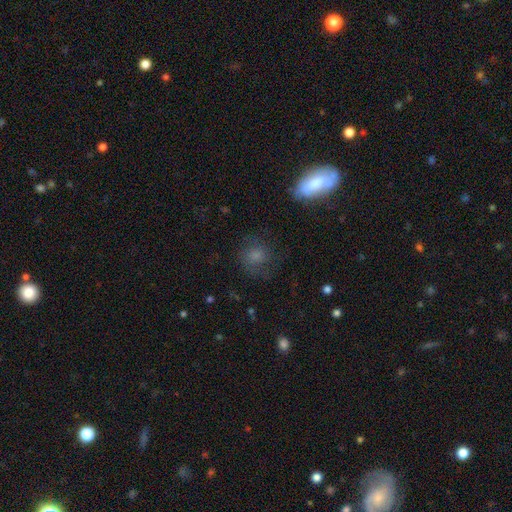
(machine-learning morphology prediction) Q: Smooth or featured?
A: smooth (68%); runner-up: star or artifact (17%)
Q: How rounded?
A: round (80%); runner-up: in between (19%)
Q: Merging?
A: none (69%); runner-up: minor disturbance (18%)